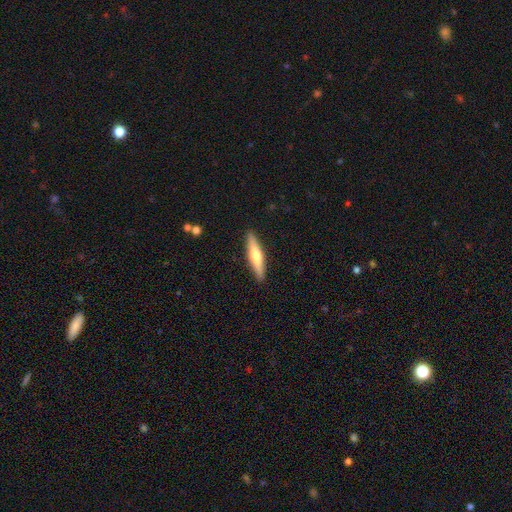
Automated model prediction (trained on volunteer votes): smooth 52%, featured or disk 43%, star or artifact 5%. Down the decision tree: how rounded — cigar-shaped (84%); merging — none (90%).